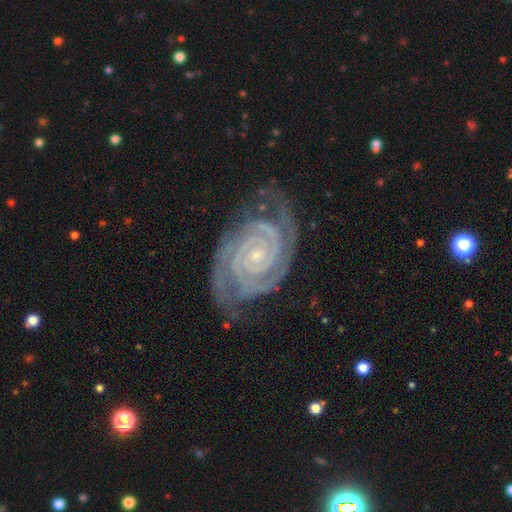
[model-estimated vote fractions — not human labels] A featured or disk galaxy (93%) with no bar (70%), 2 (68%) tight (86%) spiral arms (99%) and a small central bulge (83%).

Vote fractions:
- Smooth or featured? featured or disk: 93% / star or artifact: 4% / smooth: 2%
- Edge-on disk? no: 98% / yes: 2%
- Bar? no: 70% / weak: 20% / strong: 10%
- Spiral arms? yes: 99% / no: 1%
- Spiral winding? tight: 86% / medium: 13% / loose: 2%
- Spiral arm count? 2: 68% / 3: 14% / can't tell: 6% / 4: 5% / more than 4: 4% / 1: 4%
- Bulge size? small: 83% / moderate: 13% / none: 2% / large: 1% / dominant: 1%
- Merging? none: 74% / minor disturbance: 19% / major disturbance: 6% / merger: 1%